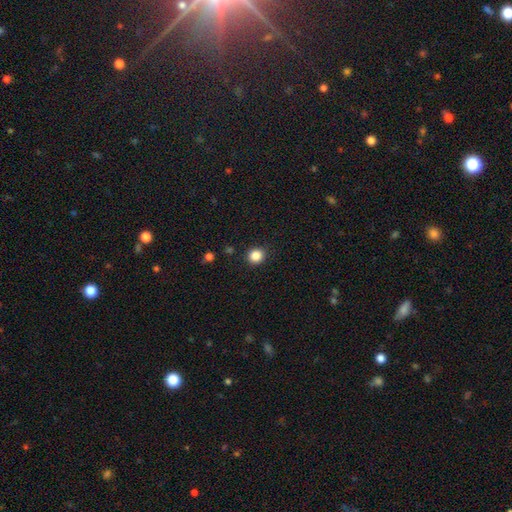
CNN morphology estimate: Smooth or featured: smooth — 85% (star or artifact — 11%)
How rounded: round — 87% (in between — 12%)
Merging: none — 90% (minor disturbance — 7%)